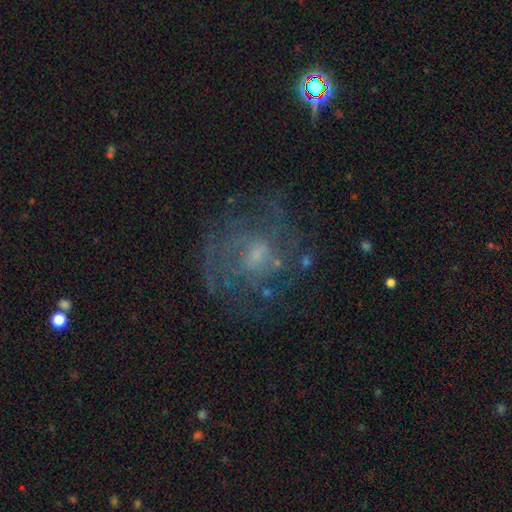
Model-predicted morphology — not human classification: Smooth or featured?
  - featured or disk: 67% *
  - smooth: 19%
  - star or artifact: 15%
Edge-on disk?
  - no: 97% *
  - yes: 3%
Bar?
  - no: 60% *
  - weak: 34%
  - strong: 5%
Spiral arms?
  - yes: 70% *
  - no: 30%
Bulge size?
  - small: 52% *
  - moderate: 30%
  - none: 14%
  - large: 3%
  - dominant: 1%
Merging?
  - none: 67% *
  - minor disturbance: 16%
  - major disturbance: 15%
  - merger: 2%